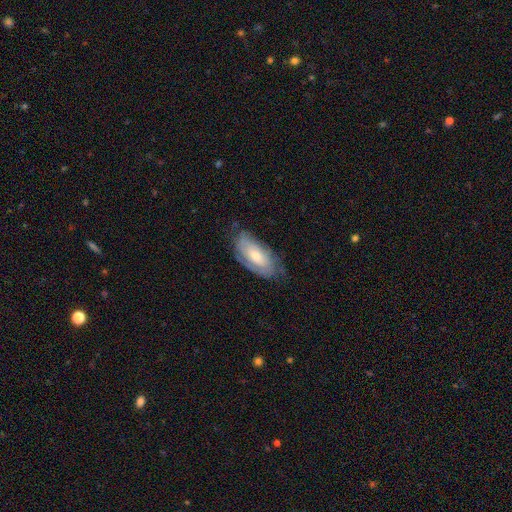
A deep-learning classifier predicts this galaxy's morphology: A featured or disk galaxy (53%). Merging: none (64%).